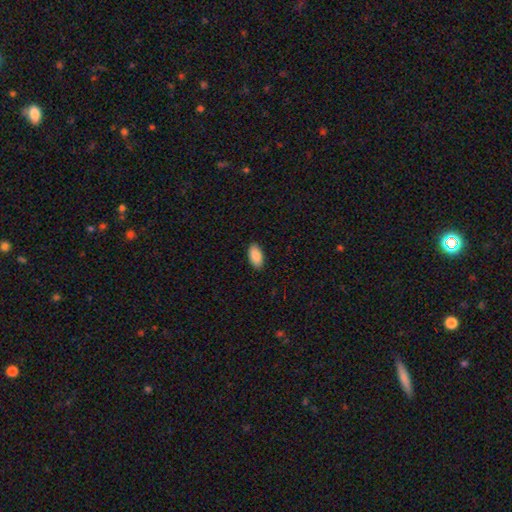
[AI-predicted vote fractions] smooth-or-featured: smooth: 90% | star or artifact: 6% | featured or disk: 3%
  how-rounded: in between: 94% | cigar-shaped: 4% | round: 2%
  merging: none: 89% | minor disturbance: 8% | major disturbance: 2% | merger: 1%